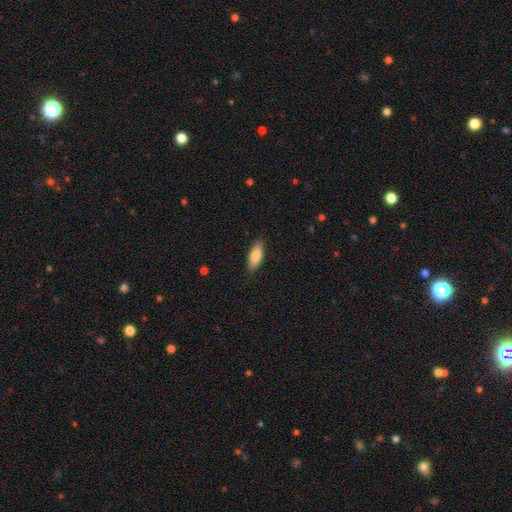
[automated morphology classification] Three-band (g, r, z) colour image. It shows a smooth galaxy with no disk features (86%) that is in between round and cigar-shaped (74%). Merging: none (86%).